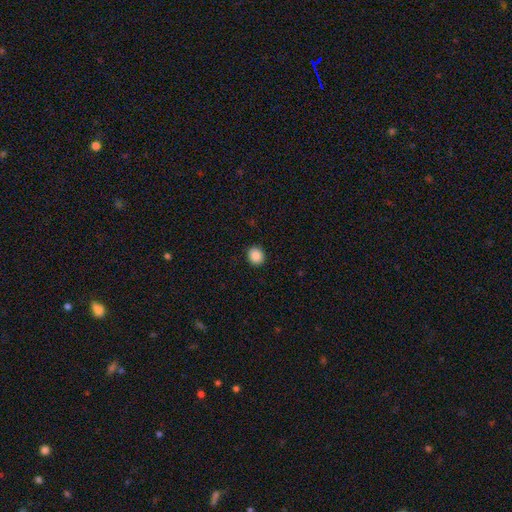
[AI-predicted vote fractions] smooth-or-featured: smooth: 88% | star or artifact: 9% | featured or disk: 3%
  how-rounded: round: 78% | in between: 21% | cigar-shaped: 1%
  merging: none: 92% | minor disturbance: 6% | major disturbance: 2% | merger: 1%